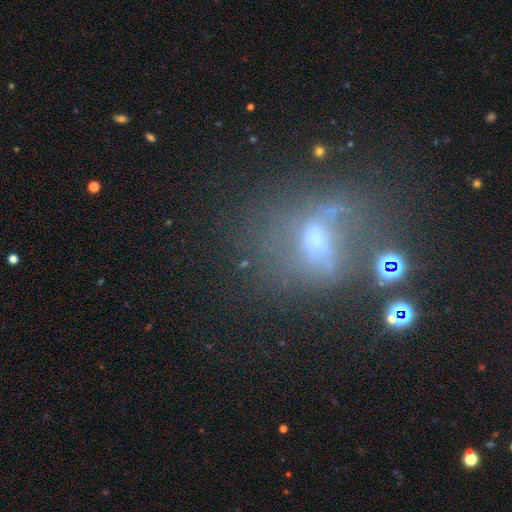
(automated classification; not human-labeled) Morphology: type=featured or disk (41%); merging=none (43%).